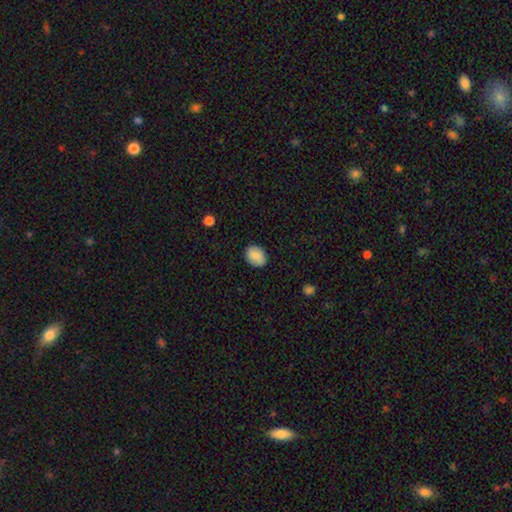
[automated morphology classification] A smooth galaxy with no disk features (88%) that is in between round and cigar-shaped (62%). Merging: none (87%).